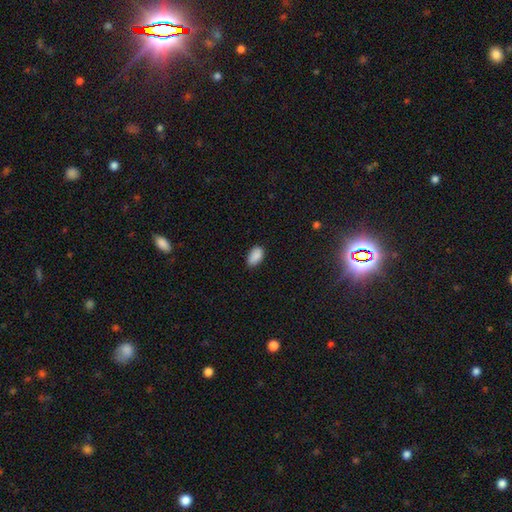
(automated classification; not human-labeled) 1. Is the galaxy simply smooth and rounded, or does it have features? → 89% smooth, 8% star or artifact, 3% featured or disk.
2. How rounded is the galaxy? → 93% in between, 5% round, 2% cigar-shaped.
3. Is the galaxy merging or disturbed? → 79% none, 18% minor disturbance, 3% major disturbance, 1% merger.